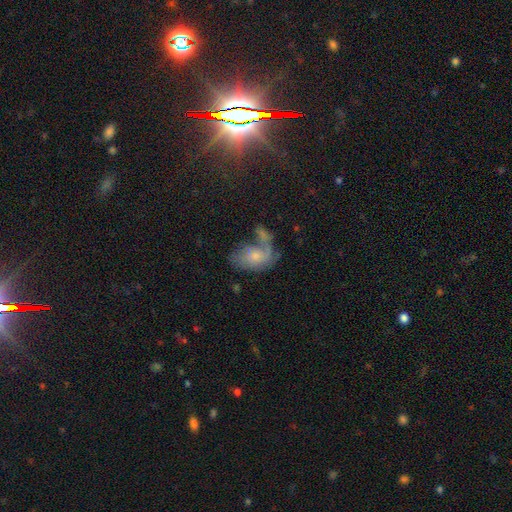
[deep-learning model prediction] smooth-or-featured: smooth: 48% | featured or disk: 42% | star or artifact: 10%
  merging: merger: 29% | none: 27% | major disturbance: 25% | minor disturbance: 19%